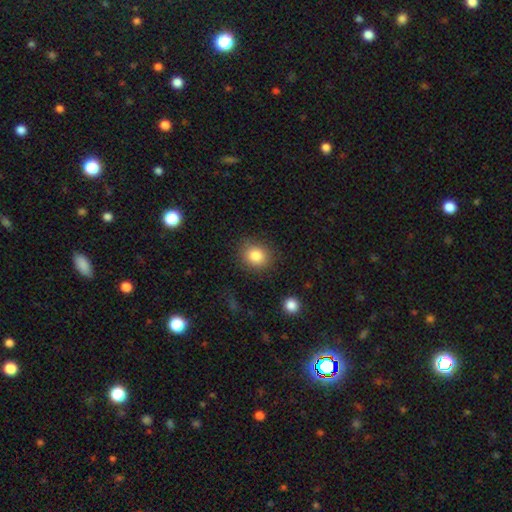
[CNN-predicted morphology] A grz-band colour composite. It shows a smooth galaxy with no disk features (83%) that is round (70%). Merging: none (85%).